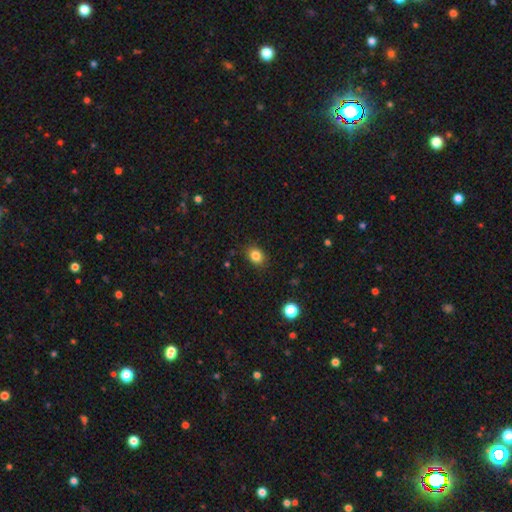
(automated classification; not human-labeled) A smooth galaxy with no disk features (83%) that is in between round and cigar-shaped (56%).

Vote fractions:
- Smooth or featured? smooth: 83% / star or artifact: 11% / featured or disk: 6%
- How rounded? in between: 56% / round: 43% / cigar-shaped: 1%
- Merging? none: 86% / minor disturbance: 10% / major disturbance: 3% / merger: 1%